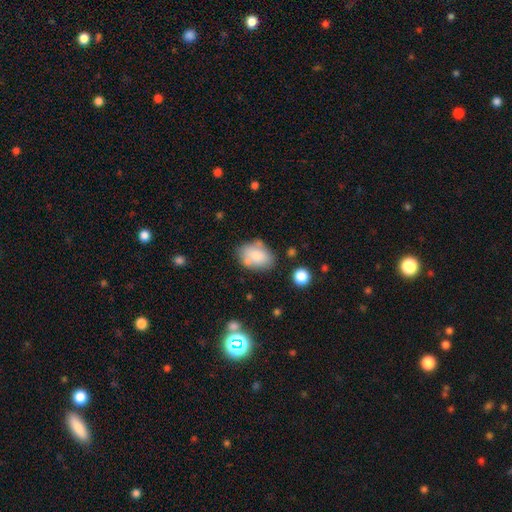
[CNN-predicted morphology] This appears to be a smooth galaxy with no disk features (77%) that is in between round and cigar-shaped (78%). Merging: none (60%).